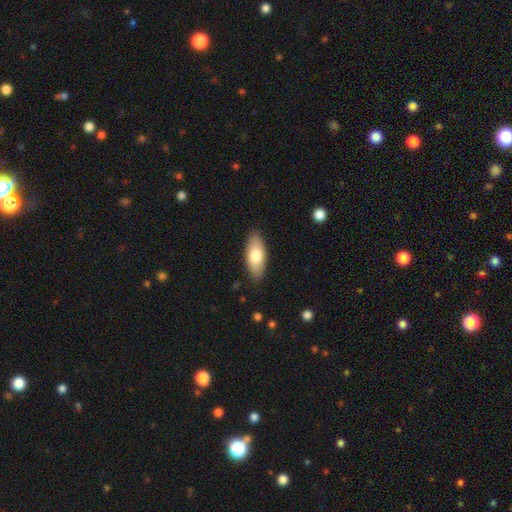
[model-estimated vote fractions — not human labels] A smooth galaxy with no disk features (76%) that is in between round and cigar-shaped (82%). Merging: none (87%).